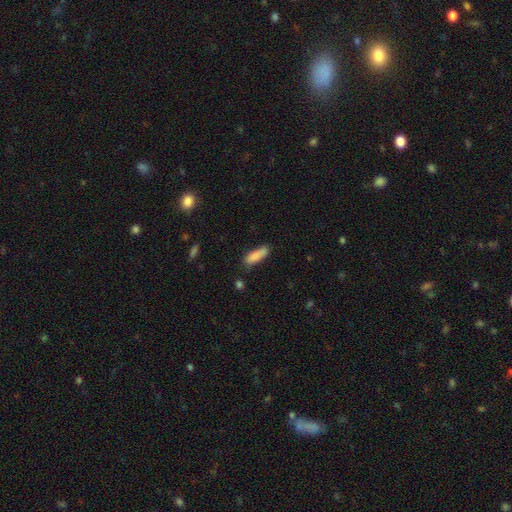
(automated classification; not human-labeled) Overall: smooth (85%). How rounded: cigar-shaped (50%; in between 49%). Merging: none (68%).